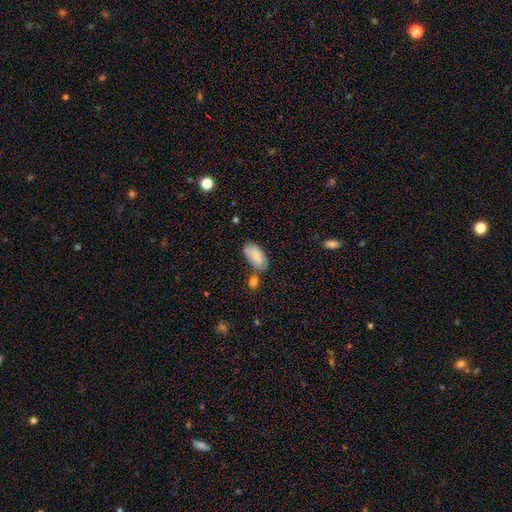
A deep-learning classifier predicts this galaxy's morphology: Q: Smooth or featured?
A: smooth (80%); runner-up: featured or disk (14%)
Q: How rounded?
A: in between (92%); runner-up: cigar-shaped (6%)
Q: Merging?
A: none (53%); runner-up: minor disturbance (21%)